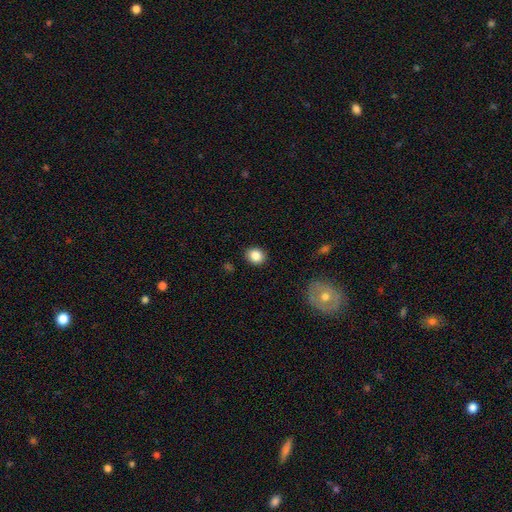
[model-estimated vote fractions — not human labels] Smooth or featured? smooth (86%)
How rounded? round (62%)
Merging? none (89%)